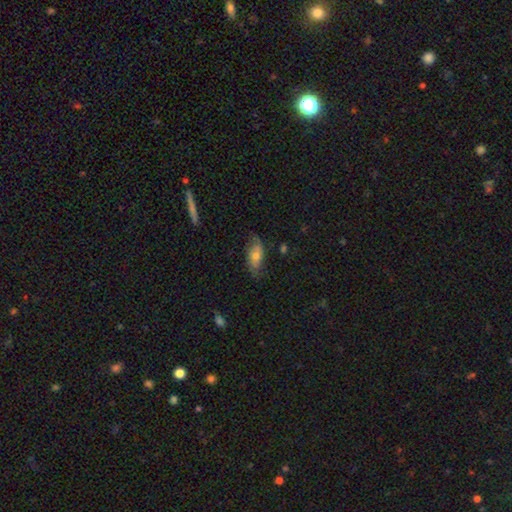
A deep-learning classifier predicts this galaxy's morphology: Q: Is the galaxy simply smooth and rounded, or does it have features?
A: smooth — 51%.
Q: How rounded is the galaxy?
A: in between — 83%.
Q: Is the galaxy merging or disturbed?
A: none — 71%.